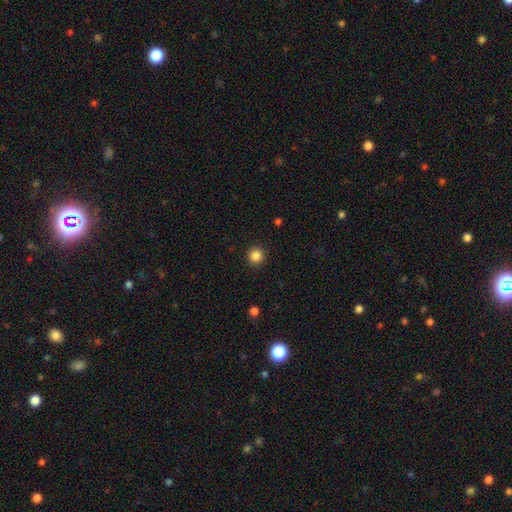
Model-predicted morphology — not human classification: smooth 85%, star or artifact 11%, featured or disk 4%. Down the decision tree: how rounded — round (95%); merging — none (93%).